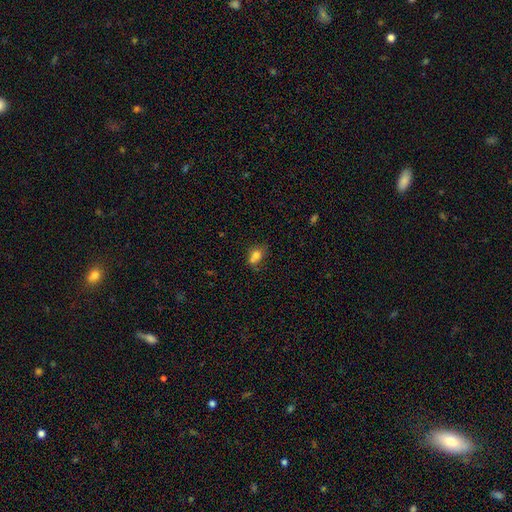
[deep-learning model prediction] Smooth or featured? Predicted: smooth (p=0.77). How rounded? Predicted: in between (p=0.55). Merging? Predicted: none (p=0.46).